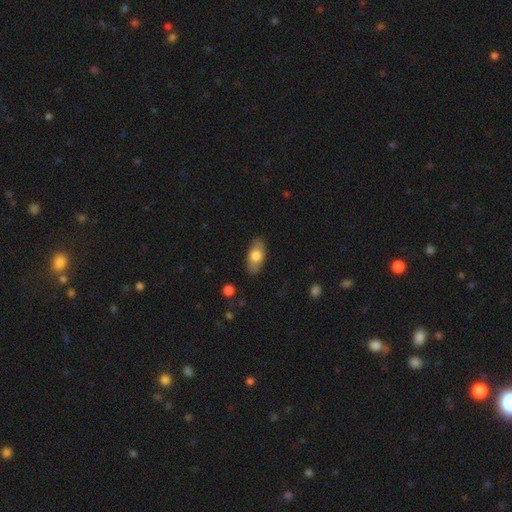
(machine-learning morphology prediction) Smooth or featured: smooth — 72% (featured or disk — 22%)
How rounded: in between — 89% (cigar-shaped — 7%)
Merging: none — 85% (minor disturbance — 11%)